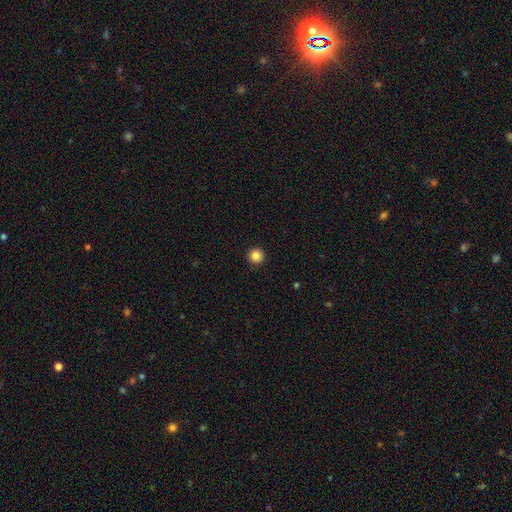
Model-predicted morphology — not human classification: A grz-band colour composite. It shows a smooth galaxy with no disk features (85%) that is round (96%). Merging: none (93%).